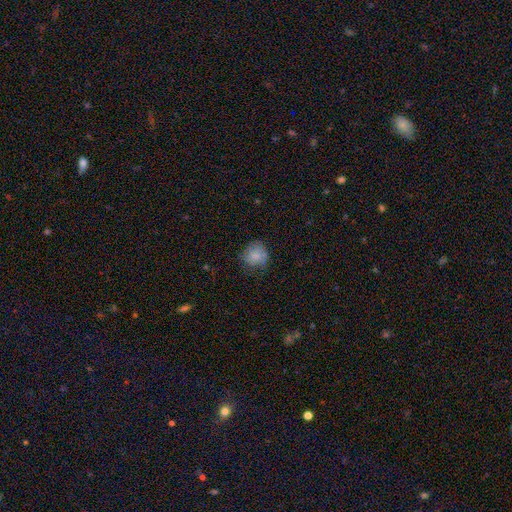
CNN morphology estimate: Smooth or featured? Predicted: smooth (p=0.74). How rounded? Predicted: round (p=0.77). Merging? Predicted: none (p=0.63).